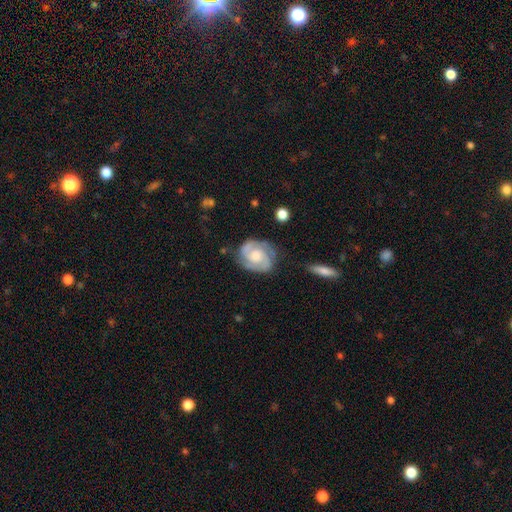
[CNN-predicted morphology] Smooth or featured? Predicted: featured or disk (p=0.84). Edge-on disk? Predicted: no (p=0.98). Bar? Predicted: no (p=0.63). Spiral arms? Predicted: yes (p=0.97). Spiral winding? Predicted: tight (p=0.52). Spiral arm count? Predicted: 2 (p=0.73). Bulge size? Predicted: moderate (p=0.48). Merging? Predicted: none (p=0.74).